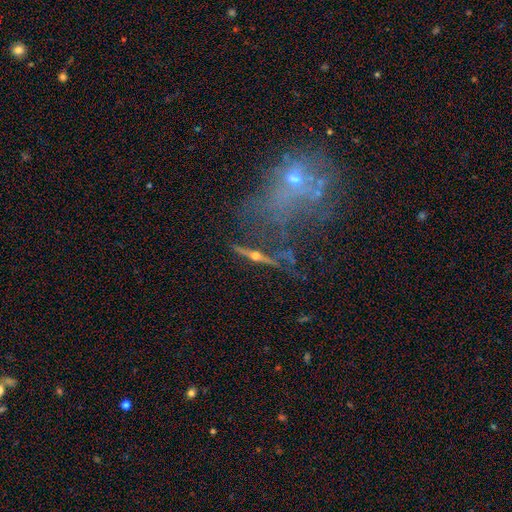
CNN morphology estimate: Overall: featured or disk (75%). Edge-on disk: yes (87%). Edge-on bulge: rounded (93%). Merging: none (68%).